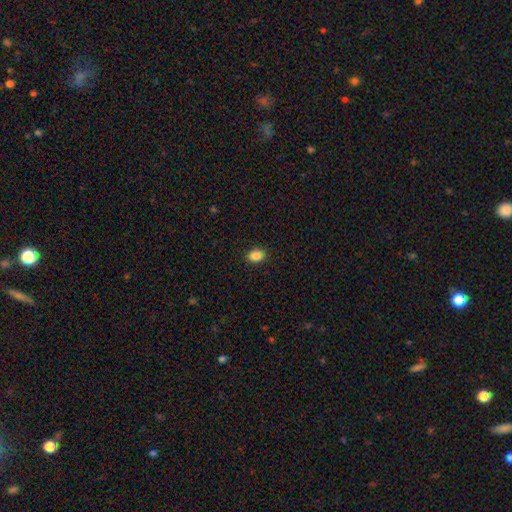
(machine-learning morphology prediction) smooth_or_featured: smooth (p=0.87) [alt: star or artifact p=0.09]
how_rounded: in between (p=0.65) [alt: round p=0.34]
merging: none (p=0.90) [alt: minor disturbance p=0.07]